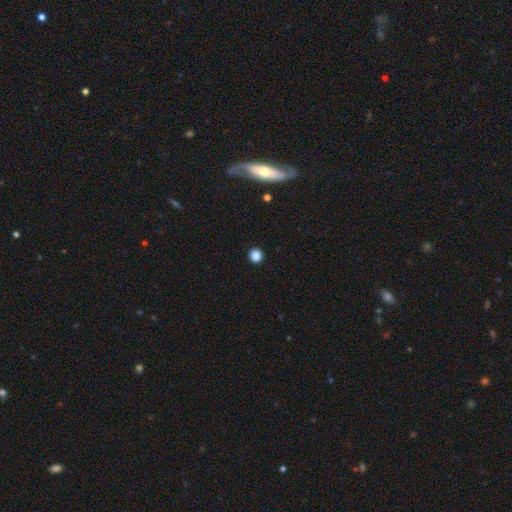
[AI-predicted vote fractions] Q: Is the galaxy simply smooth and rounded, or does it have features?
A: smooth — 84%.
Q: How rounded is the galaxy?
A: round — 95%.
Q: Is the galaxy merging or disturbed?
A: none — 94%.